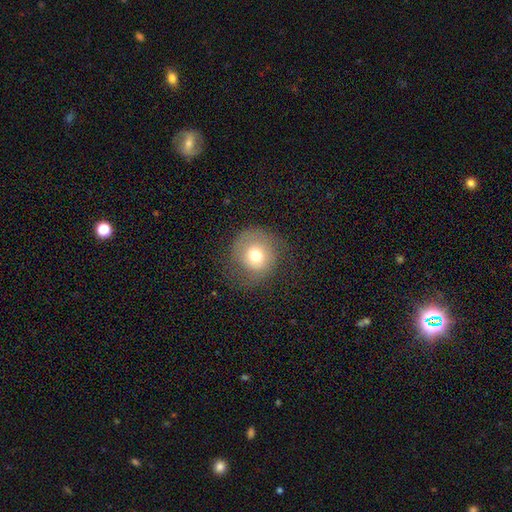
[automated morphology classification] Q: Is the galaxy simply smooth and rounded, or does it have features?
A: smooth — 66%.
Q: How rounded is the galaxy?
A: round — 89%.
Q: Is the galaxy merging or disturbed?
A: none — 63%.